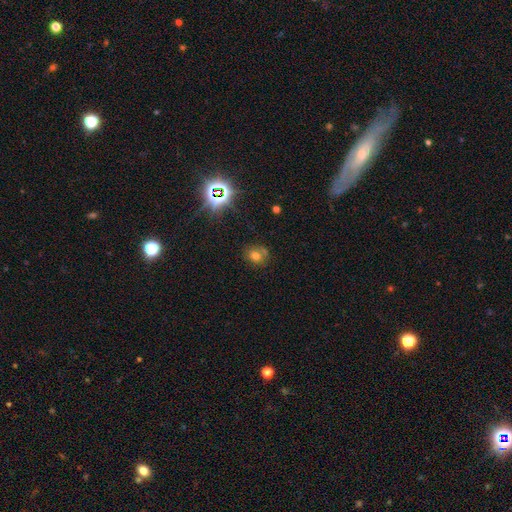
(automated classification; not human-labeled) The model was most divided on "how rounded": round: 68%, in between: 31%, cigar-shaped: 1%. More confident: merging — none (65%); smooth or featured — smooth (65%).